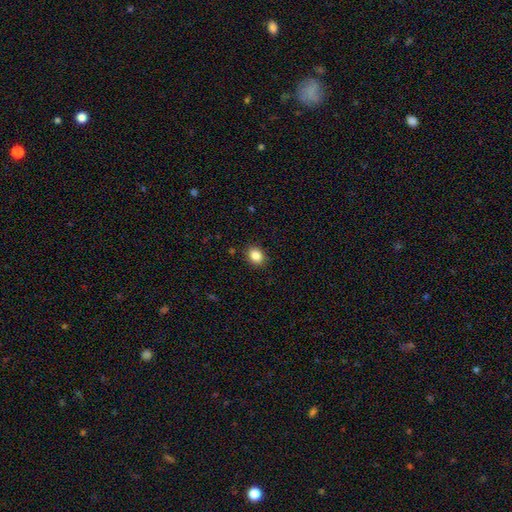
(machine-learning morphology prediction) Smooth or featured? smooth (86%)
How rounded? round (54%)
Merging? none (89%)